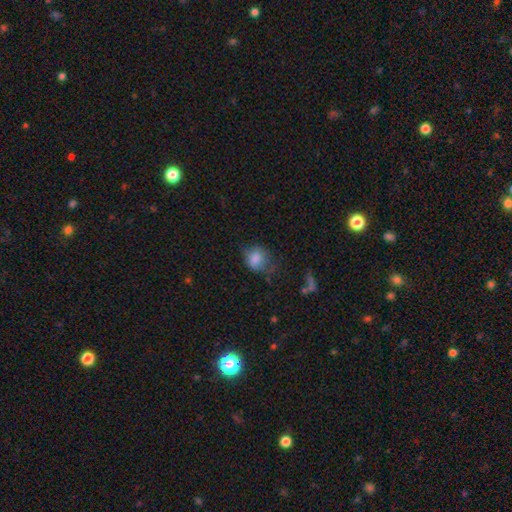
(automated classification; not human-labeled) Q: Smooth or featured?
A: smooth (76%); runner-up: featured or disk (13%)
Q: How rounded?
A: round (54%); runner-up: in between (44%)
Q: Merging?
A: none (49%); runner-up: minor disturbance (30%)